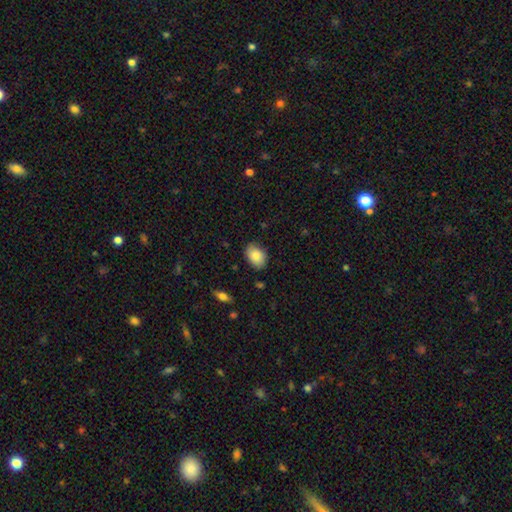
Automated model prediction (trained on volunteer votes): Overall: smooth (85%). How rounded: in between (83%). Merging: none (85%).